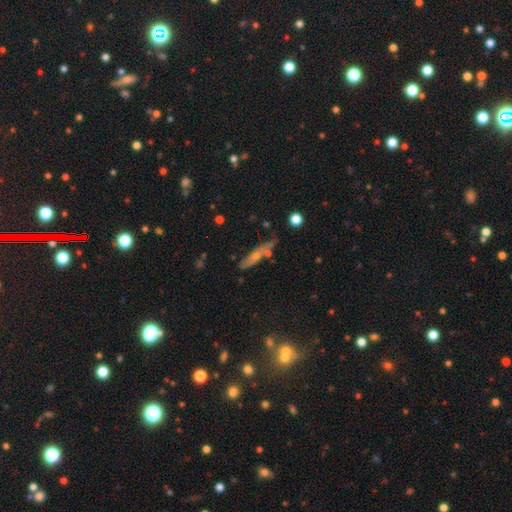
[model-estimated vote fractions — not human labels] A featured or disk galaxy (45%). Merging: none (64%).